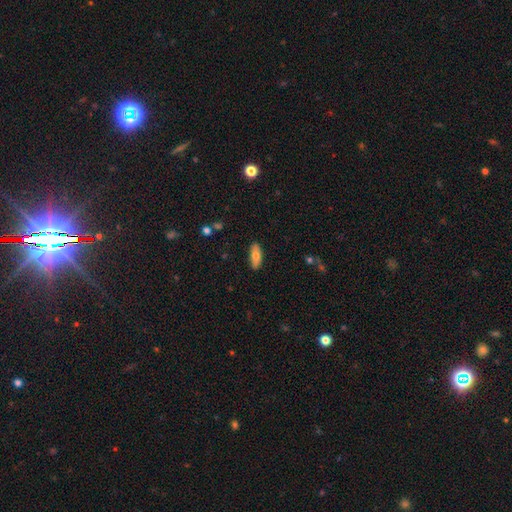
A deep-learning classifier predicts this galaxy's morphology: This appears to be a smooth galaxy with no disk features (71%) that is in between round and cigar-shaped (76%). Merging: none (86%).